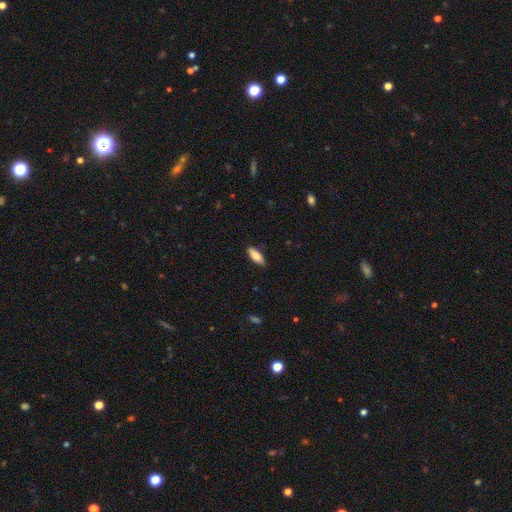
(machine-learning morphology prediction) The model was most divided on "how rounded": in between: 73%, cigar-shaped: 25%, round: 2%. More confident: merging — none (85%); smooth or featured — smooth (84%).